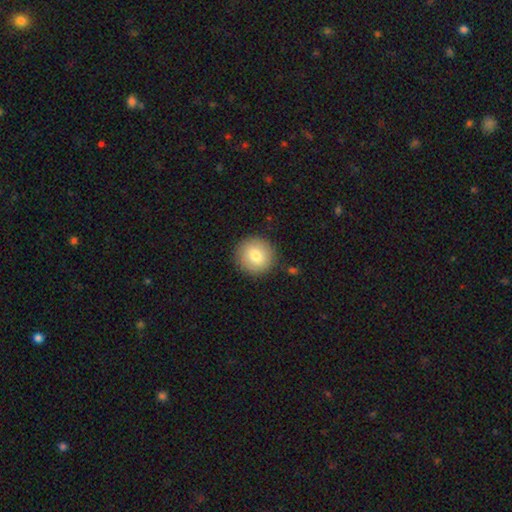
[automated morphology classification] Q: Smooth or featured?
A: smooth (80%); runner-up: featured or disk (12%)
Q: How rounded?
A: round (93%); runner-up: in between (6%)
Q: Merging?
A: none (88%); runner-up: minor disturbance (8%)